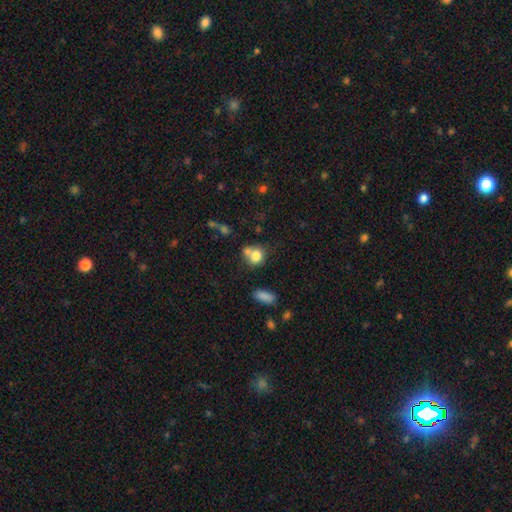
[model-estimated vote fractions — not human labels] A smooth galaxy with no disk features (78%) that is round (66%). Merging: none (41%).